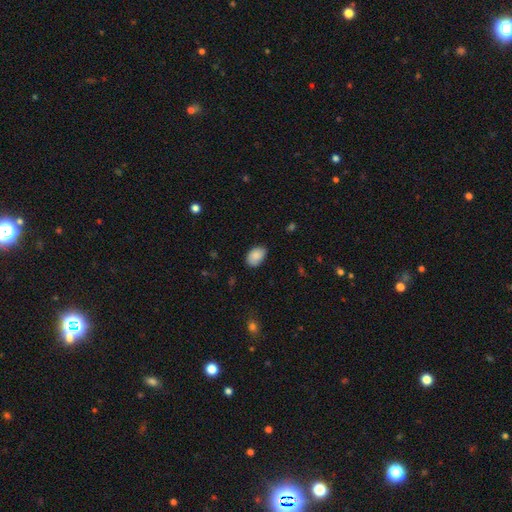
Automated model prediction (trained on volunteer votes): Morphology: type=smooth (88%); roundness=in between (88%); merging=none (80%).